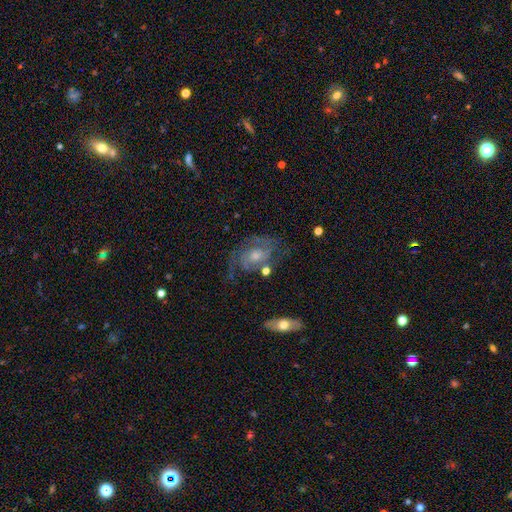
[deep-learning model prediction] Smooth or featured?
  - featured or disk: 81% *
  - smooth: 10%
  - star or artifact: 8%
Edge-on disk?
  - no: 96% *
  - yes: 4%
Bar?
  - no: 64% *
  - weak: 30%
  - strong: 6%
Spiral arms?
  - yes: 92% *
  - no: 8%
Spiral winding?
  - tight: 46% *
  - medium: 42%
  - loose: 12%
Spiral arm count?
  - 2: 60% *
  - can't tell: 21%
  - 3: 9%
  - 1: 5%
  - 4: 3%
  - more than 4: 3%
Bulge size?
  - moderate: 48% *
  - small: 42%
  - large: 5%
  - none: 4%
  - dominant: 1%
Merging?
  - none: 64% *
  - minor disturbance: 19%
  - major disturbance: 13%
  - merger: 4%